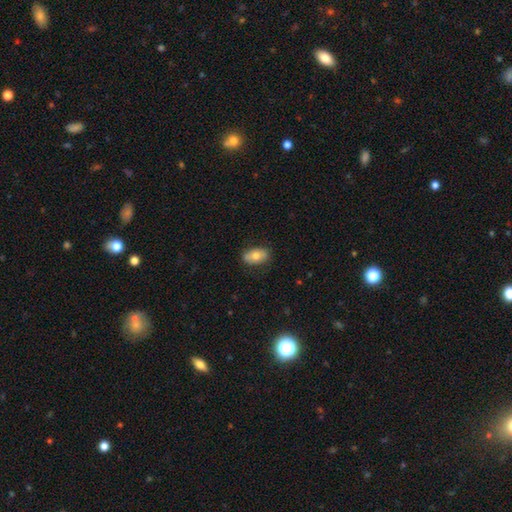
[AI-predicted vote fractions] Morphology: type=smooth (74%); roundness=in between (91%); merging=none (82%).